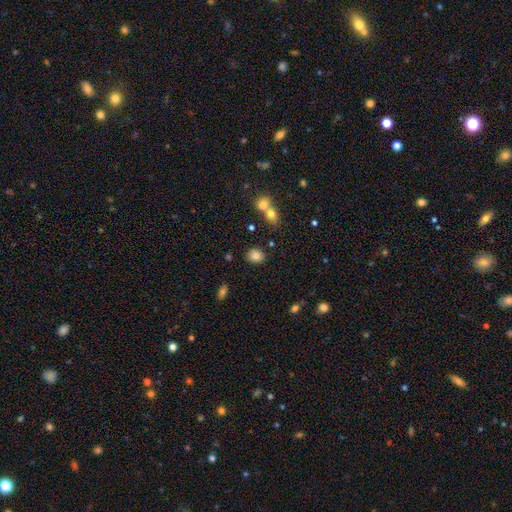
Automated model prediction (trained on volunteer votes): Smooth or featured? Predicted: smooth (p=0.82). How rounded? Predicted: round (p=0.58). Merging? Predicted: none (p=0.80).